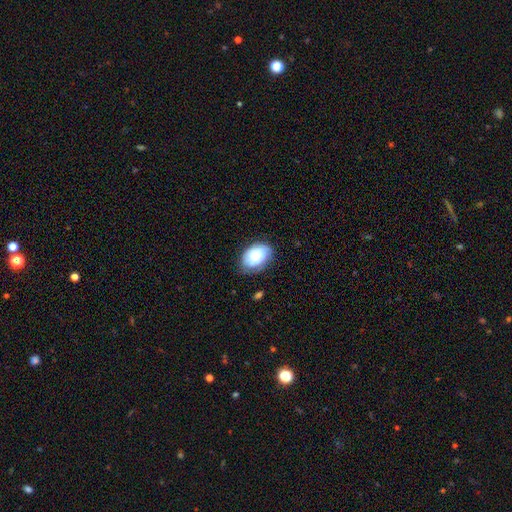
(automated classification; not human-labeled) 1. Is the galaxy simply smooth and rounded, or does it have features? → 64% smooth, 28% featured or disk, 8% star or artifact.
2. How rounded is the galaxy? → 81% in between, 18% round, 1% cigar-shaped.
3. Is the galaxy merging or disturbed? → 71% none, 23% minor disturbance, 6% major disturbance, 1% merger.